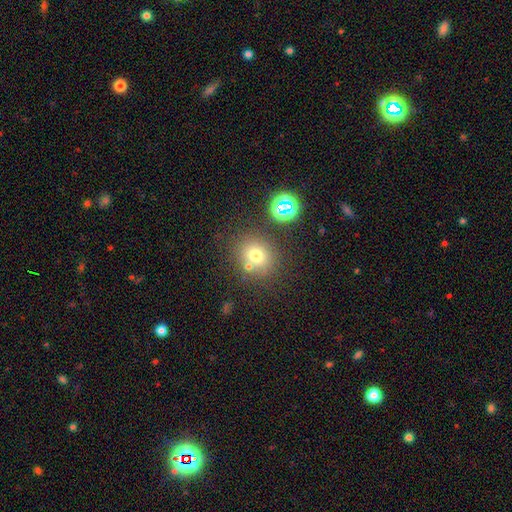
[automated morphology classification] A smooth galaxy with no disk features (71%) that is round (81%).

Vote fractions:
- Smooth or featured? smooth: 71% / star or artifact: 17% / featured or disk: 12%
- How rounded? round: 81% / in between: 18% / cigar-shaped: 1%
- Merging? none: 73% / merger: 12% / minor disturbance: 11% / major disturbance: 4%